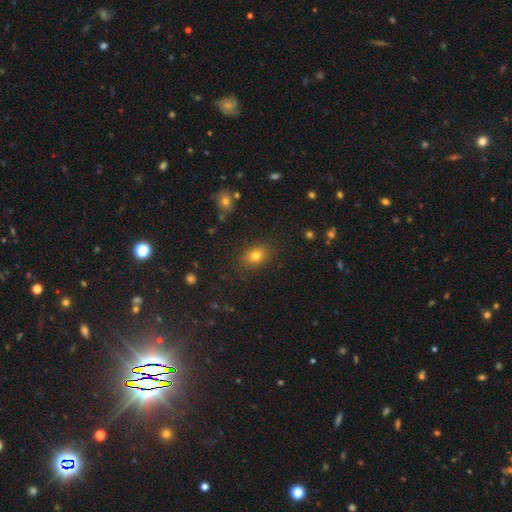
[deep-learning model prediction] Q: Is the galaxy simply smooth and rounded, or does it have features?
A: smooth — 79%.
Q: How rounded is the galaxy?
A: in between — 66%.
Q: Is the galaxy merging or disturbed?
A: none — 85%.